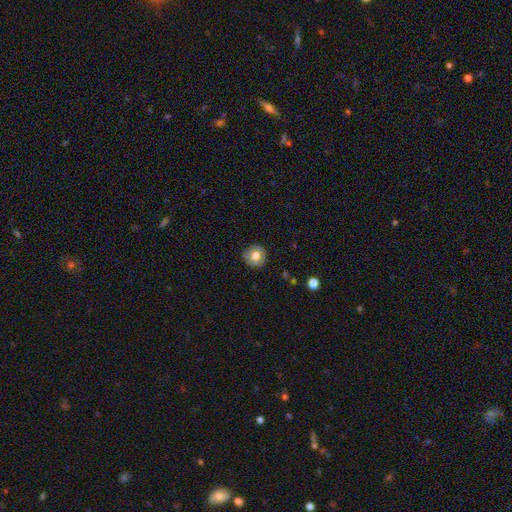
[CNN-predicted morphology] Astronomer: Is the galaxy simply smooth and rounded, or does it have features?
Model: smooth — 68%.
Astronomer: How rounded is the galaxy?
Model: round — 91%.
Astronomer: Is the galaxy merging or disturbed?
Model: none — 87%.